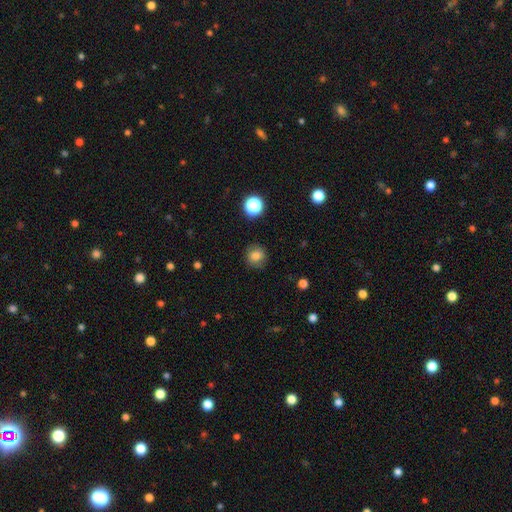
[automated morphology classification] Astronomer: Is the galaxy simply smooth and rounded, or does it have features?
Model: smooth — 79%.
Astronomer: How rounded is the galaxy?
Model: round — 87%.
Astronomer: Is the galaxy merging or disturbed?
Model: none — 86%.